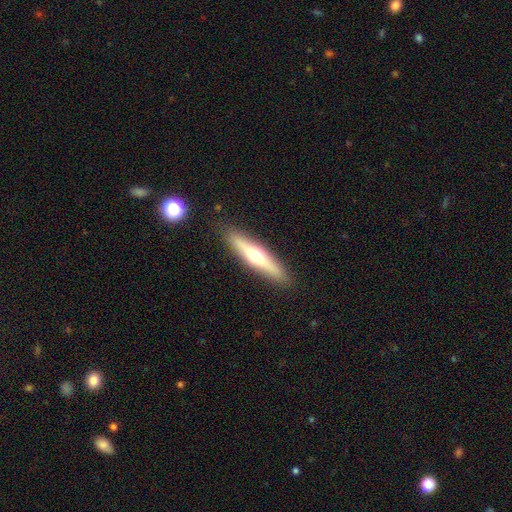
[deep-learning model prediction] Smooth or featured: featured or disk — 53% (smooth — 41%)
Edge-on disk: yes — 92% (no — 8%)
Merging: none — 88% (minor disturbance — 8%)